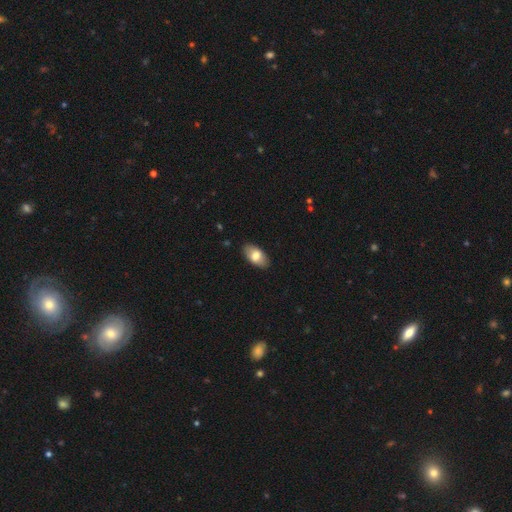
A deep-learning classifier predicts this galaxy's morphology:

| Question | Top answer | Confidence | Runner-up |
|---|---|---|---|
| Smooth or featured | smooth | 77% | featured or disk (17%) |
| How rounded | in between | 93% | round (4%) |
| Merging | none | 88% | minor disturbance (9%) |